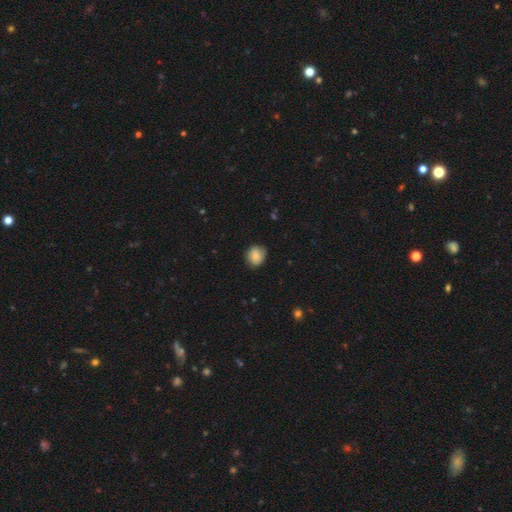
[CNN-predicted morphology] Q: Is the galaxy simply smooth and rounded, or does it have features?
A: smooth — 82%.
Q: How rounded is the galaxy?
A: round — 75%.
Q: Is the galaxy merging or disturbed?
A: none — 80%.